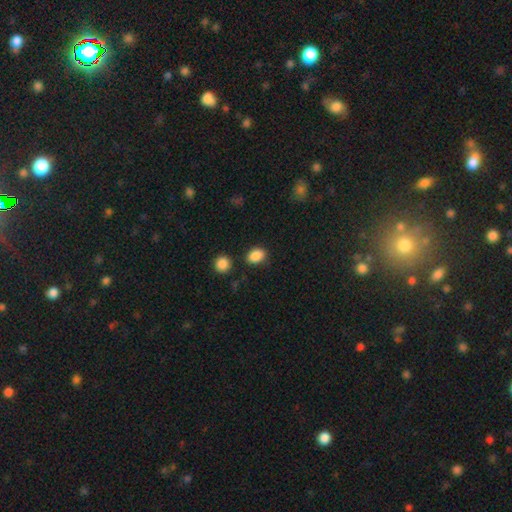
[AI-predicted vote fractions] Morphology: type=smooth (88%); roundness=in between (71%); merging=none (81%).